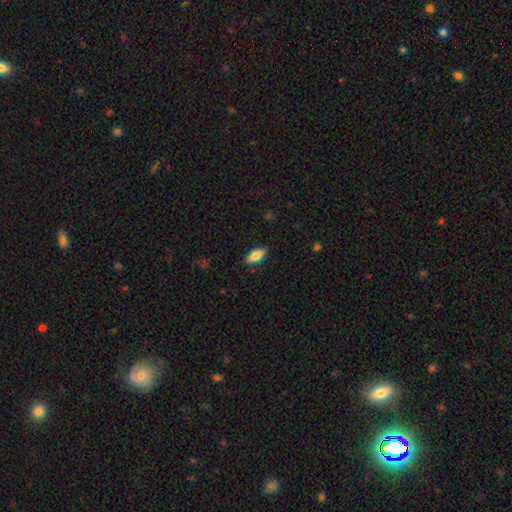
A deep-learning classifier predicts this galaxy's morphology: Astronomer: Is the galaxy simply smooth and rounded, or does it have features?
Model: smooth — 80%.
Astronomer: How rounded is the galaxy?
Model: in between — 84%.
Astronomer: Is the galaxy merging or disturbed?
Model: none — 87%.